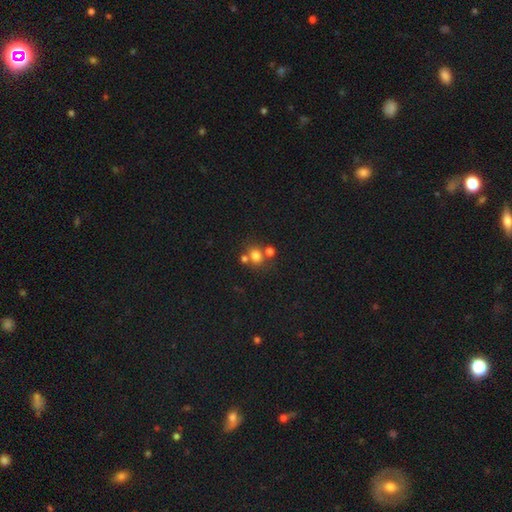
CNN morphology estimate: Smooth or featured: smooth — 74% (star or artifact — 16%)
How rounded: round — 69% (in between — 30%)
Merging: none — 56% (merger — 30%)